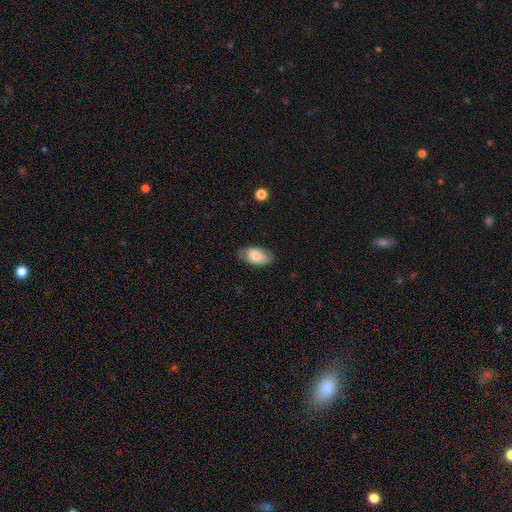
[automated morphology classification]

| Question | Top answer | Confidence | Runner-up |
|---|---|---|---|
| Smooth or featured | smooth | 78% | featured or disk (16%) |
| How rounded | in between | 93% | round (4%) |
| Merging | none | 80% | minor disturbance (16%) |